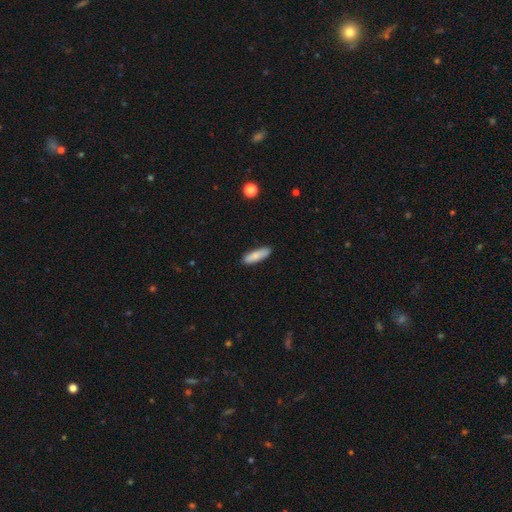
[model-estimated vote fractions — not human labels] Smooth or featured: smooth — 83% (featured or disk — 11%)
How rounded: cigar-shaped — 56% (in between — 42%)
Merging: none — 87% (minor disturbance — 10%)